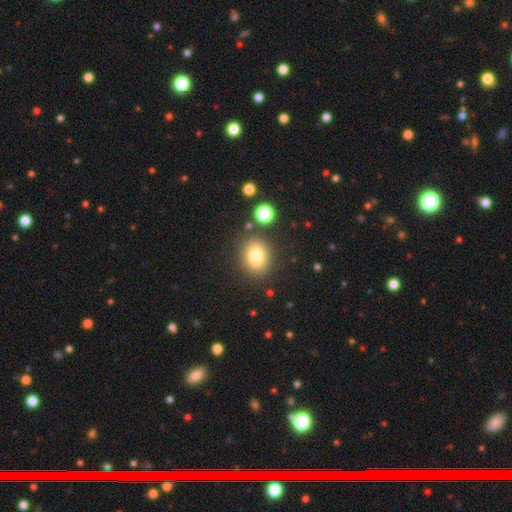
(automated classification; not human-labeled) smooth 77%, star or artifact 12%, featured or disk 11%. Down the decision tree: how rounded — in between (51%); merging — none (80%).